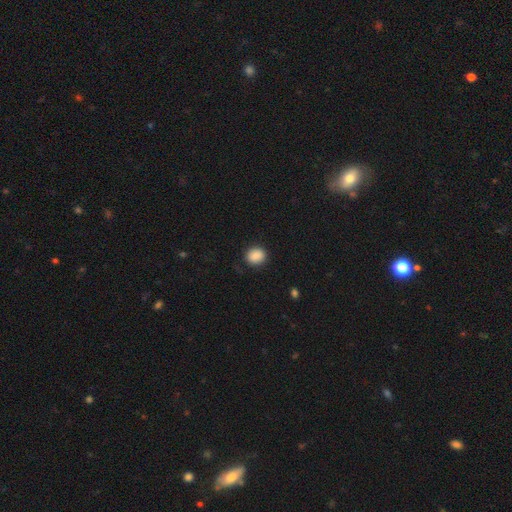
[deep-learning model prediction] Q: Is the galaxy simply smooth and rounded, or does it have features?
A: smooth — 89%.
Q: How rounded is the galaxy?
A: round — 69%.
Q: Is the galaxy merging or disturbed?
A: none — 87%.